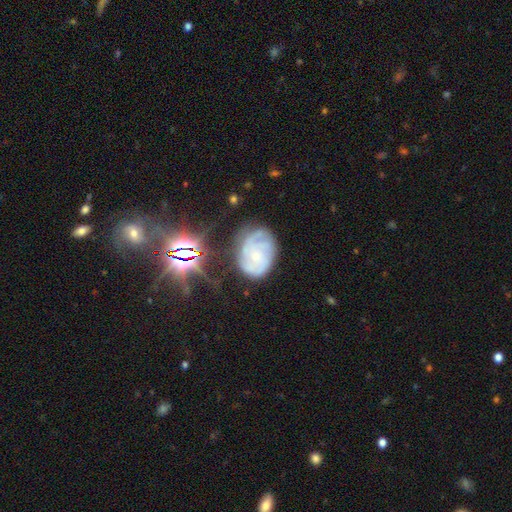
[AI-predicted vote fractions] Smooth or featured: featured or disk — 71% (smooth — 19%)
Edge-on disk: no — 97% (yes — 3%)
Bar: no — 77% (weak — 20%)
Spiral arms: yes — 89% (no — 11%)
Spiral winding: tight — 57% (medium — 33%)
Spiral arm count: can't tell — 36% (3 — 27%)
Bulge size: small — 69% (moderate — 20%)
Merging: none — 62% (minor disturbance — 25%)